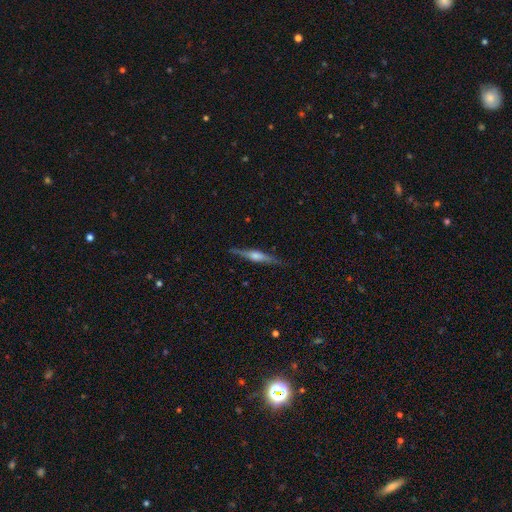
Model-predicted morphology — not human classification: smooth-or-featured: featured or disk: 79% | smooth: 15% | star or artifact: 6%
  disk-edge-on: yes: 98% | no: 2%
    edge-on-bulge: rounded: 81% | boxy: 13% | none: 6%
  merging: none: 89% | minor disturbance: 8% | major disturbance: 2% | merger: 1%